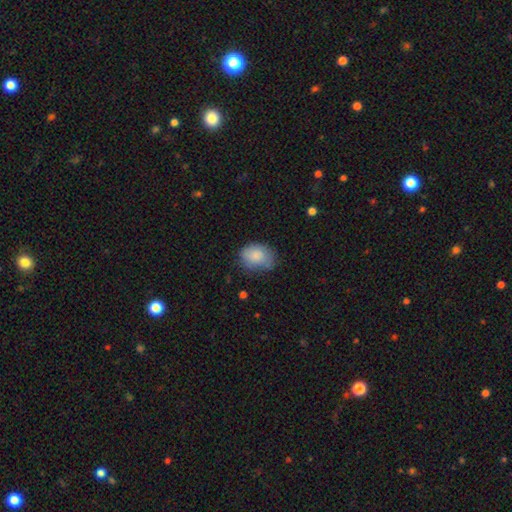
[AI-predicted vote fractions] A smooth galaxy with no disk features (83%) that is in between round and cigar-shaped (65%). Merging: none (59%).